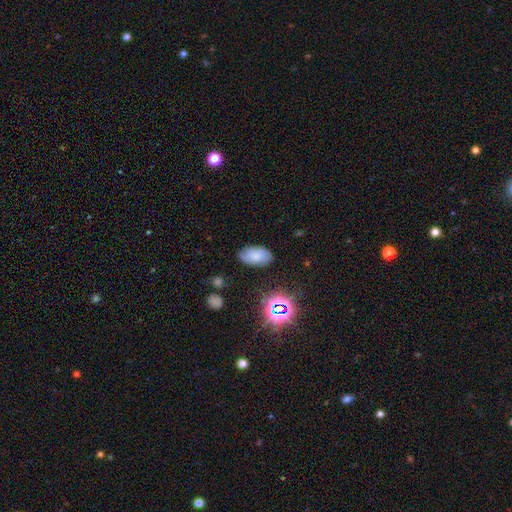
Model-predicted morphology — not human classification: A smooth galaxy with no disk features (66%) that is in between round and cigar-shaped (94%).

Vote fractions:
- Smooth or featured? smooth: 66% / featured or disk: 20% / star or artifact: 14%
- How rounded? in between: 94% / round: 5% / cigar-shaped: 2%
- Merging? none: 80% / minor disturbance: 15% / major disturbance: 4% / merger: 2%